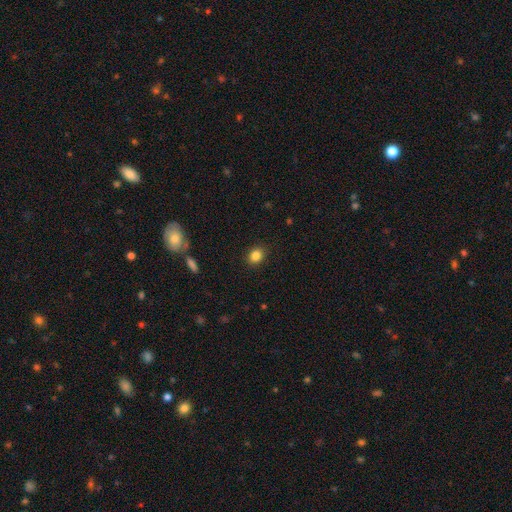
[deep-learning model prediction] smooth_or_featured: smooth (p=0.84) [alt: star or artifact p=0.10]
how_rounded: round (p=0.53) [alt: in between p=0.46]
merging: none (p=0.89) [alt: minor disturbance p=0.08]